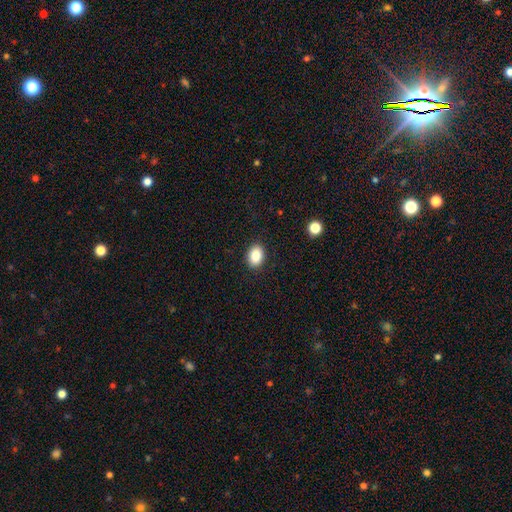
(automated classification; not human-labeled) smooth_or_featured: smooth (p=0.87) [alt: star or artifact p=0.08]
how_rounded: in between (p=0.78) [alt: round p=0.21]
merging: none (p=0.90) [alt: minor disturbance p=0.07]